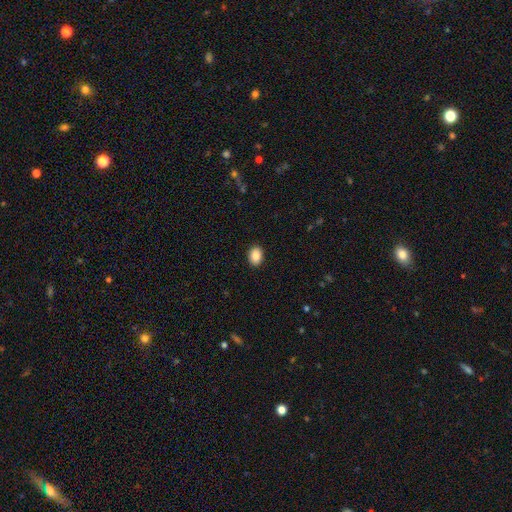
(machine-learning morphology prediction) This appears to be a smooth galaxy with no disk features (89%) that is in between round and cigar-shaped (70%). Merging: none (90%).